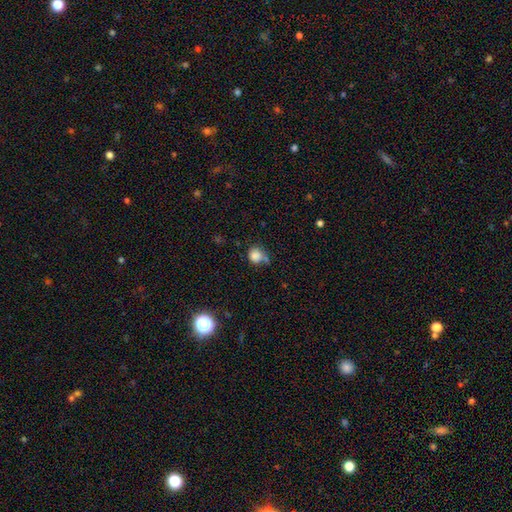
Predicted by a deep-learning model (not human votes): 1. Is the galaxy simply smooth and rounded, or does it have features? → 84% smooth, 11% star or artifact, 6% featured or disk.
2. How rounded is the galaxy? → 83% round, 16% in between, 1% cigar-shaped.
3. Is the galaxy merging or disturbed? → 53% none, 24% minor disturbance, 15% merger, 8% major disturbance.